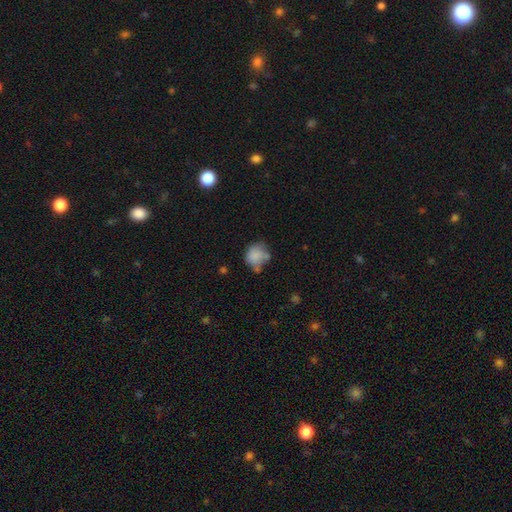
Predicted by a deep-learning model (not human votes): Smooth or featured? Predicted: smooth (p=0.76). How rounded? Predicted: round (p=0.66). Merging? Predicted: none (p=0.44).